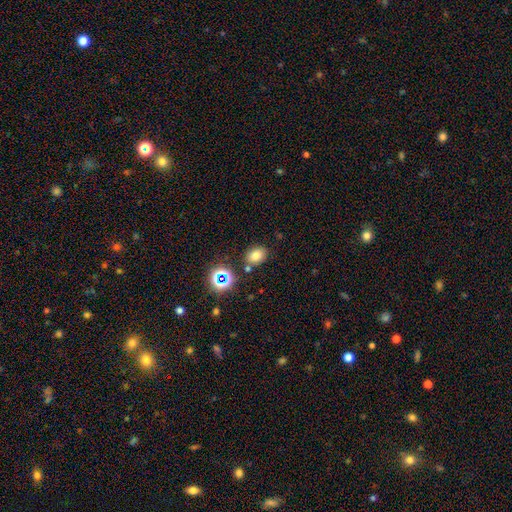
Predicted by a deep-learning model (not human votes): This appears to be a smooth galaxy with no disk features (74%) that is in between round and cigar-shaped (60%). Merging: none (79%).